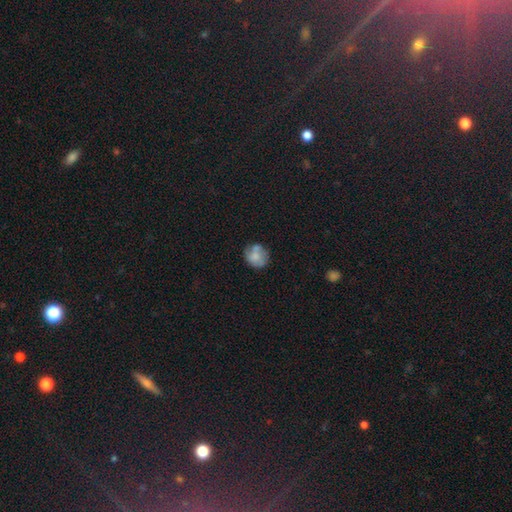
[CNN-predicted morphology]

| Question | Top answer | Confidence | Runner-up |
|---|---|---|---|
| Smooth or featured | smooth | 61% | featured or disk (30%) |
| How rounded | round | 73% | in between (26%) |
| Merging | none | 59% | minor disturbance (25%) |